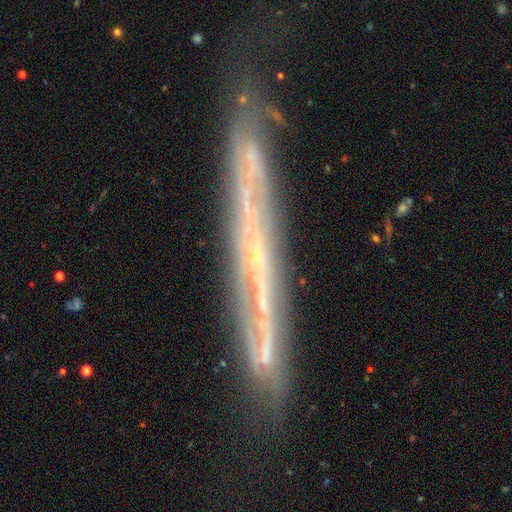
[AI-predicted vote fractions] Q: Smooth or featured?
A: featured or disk (78%); runner-up: smooth (13%)
Q: Edge-on disk?
A: yes (77%); runner-up: no (23%)
Q: Edge-on bulge?
A: none (72%); runner-up: rounded (23%)
Q: Merging?
A: none (65%); runner-up: minor disturbance (23%)